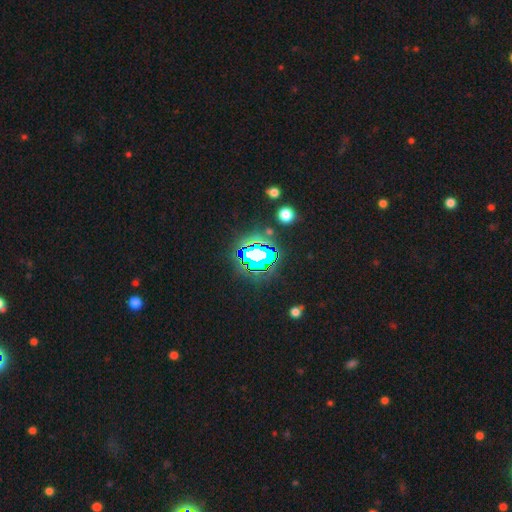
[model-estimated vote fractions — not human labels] This appears to be a star or artifact, not a galaxy (79%).